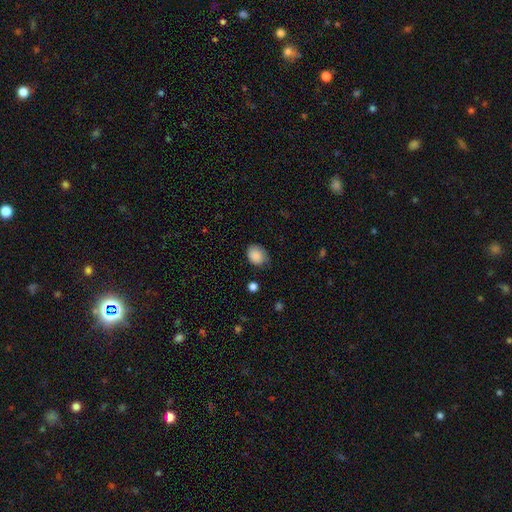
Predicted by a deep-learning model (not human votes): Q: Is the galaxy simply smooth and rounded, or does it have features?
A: smooth — 88%.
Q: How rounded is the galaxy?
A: in between — 52%.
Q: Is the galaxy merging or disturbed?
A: none — 72%.